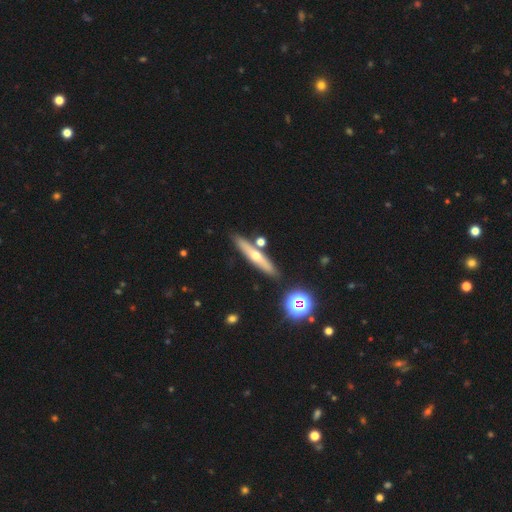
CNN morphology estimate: Smooth or featured? featured or disk (54%)
Edge-on disk? yes (89%)
Merging? none (83%)